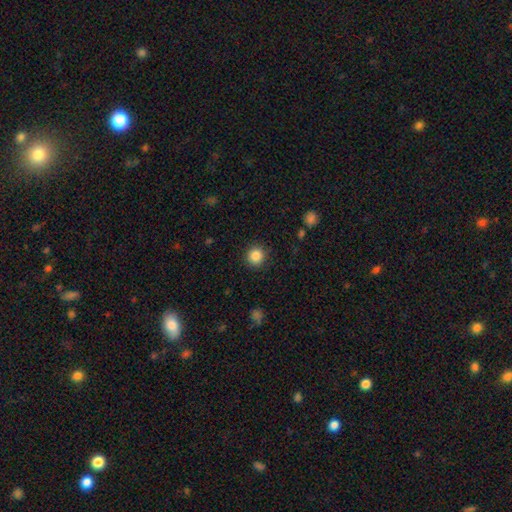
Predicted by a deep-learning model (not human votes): A smooth galaxy with no disk features (86%) that is round (94%). Merging: none (91%).